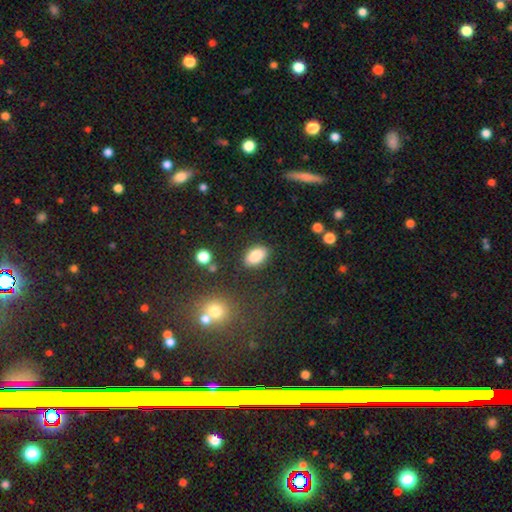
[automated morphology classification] Smooth or featured? smooth (85%)
How rounded? in between (90%)
Merging? none (86%)